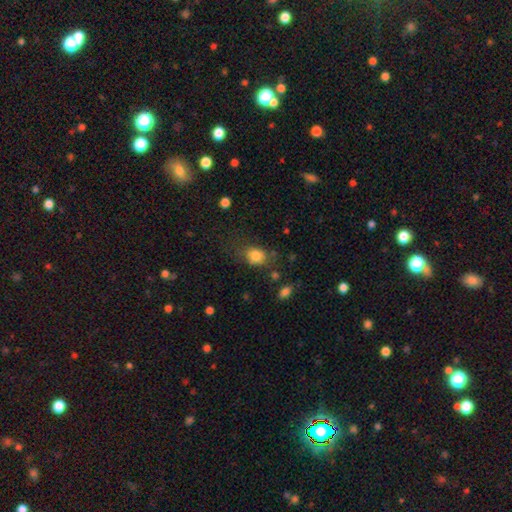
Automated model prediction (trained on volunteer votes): A smooth galaxy with no disk features (81%) that is in between round and cigar-shaped (57%).

Vote fractions:
- Smooth or featured? smooth: 81% / star or artifact: 10% / featured or disk: 9%
- How rounded? in between: 57% / round: 41% / cigar-shaped: 1%
- Merging? none: 62% / minor disturbance: 23% / major disturbance: 11% / merger: 4%